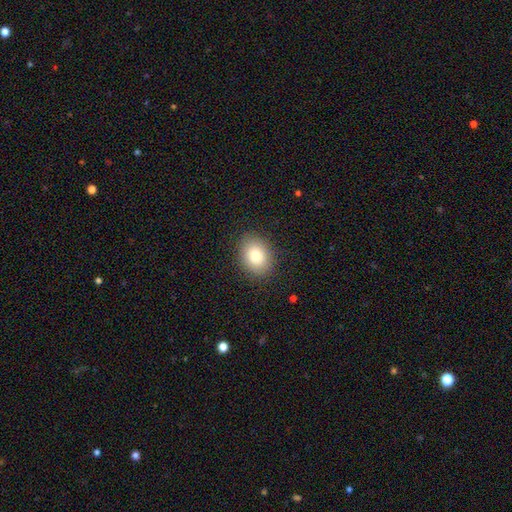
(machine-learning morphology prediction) A smooth galaxy with no disk features (83%) that is in between round and cigar-shaped (66%). Merging: none (88%).